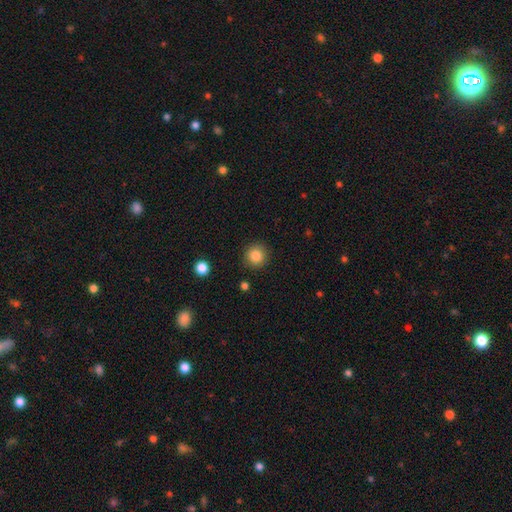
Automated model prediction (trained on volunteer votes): The model was most divided on "smooth or featured": smooth: 85%, star or artifact: 10%, featured or disk: 5%. More confident: how rounded — round (93%); merging — none (90%).